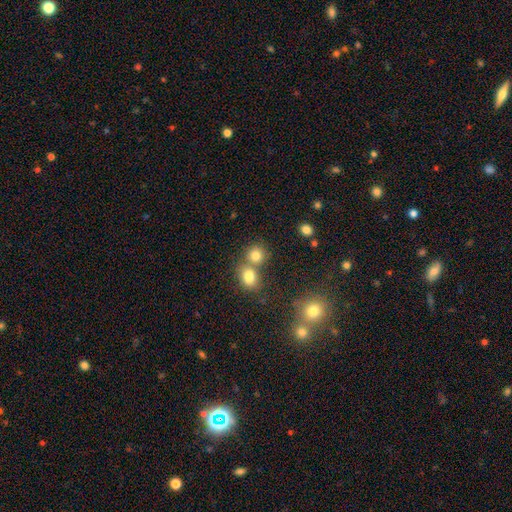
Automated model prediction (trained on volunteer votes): Morphology: type=smooth (80%); roundness=round (79%); merging=none (50%).